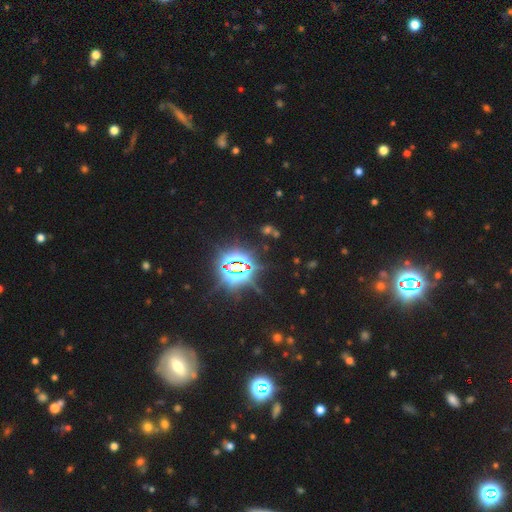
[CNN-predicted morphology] A star or artifact, not a galaxy (78%).

Vote fractions:
- Smooth or featured? star or artifact: 78% / smooth: 13% / featured or disk: 9%